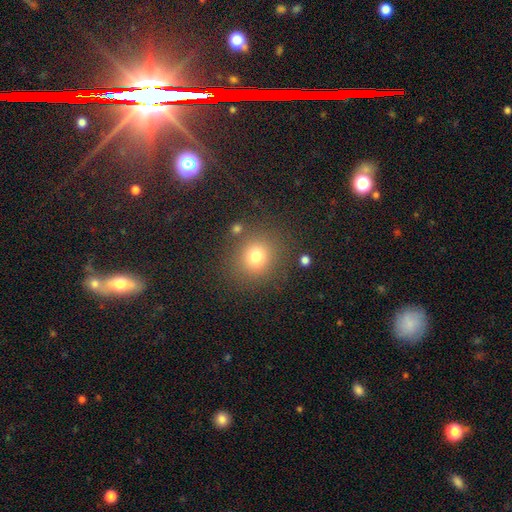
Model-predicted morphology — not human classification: Overall: smooth (76%). How rounded: round (82%). Merging: none (79%).